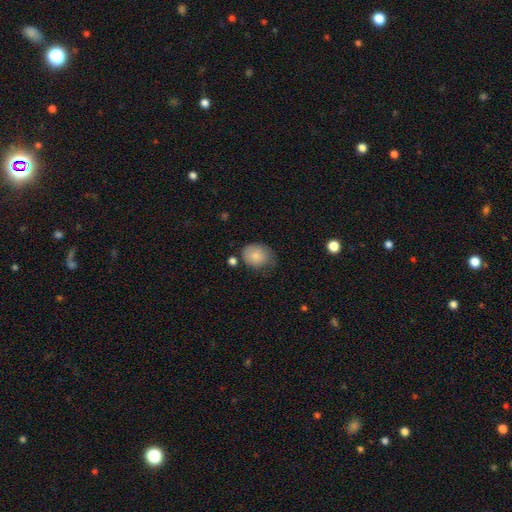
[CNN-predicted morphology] type=smooth (82%); roundness=round (58%); merging=none (54%).